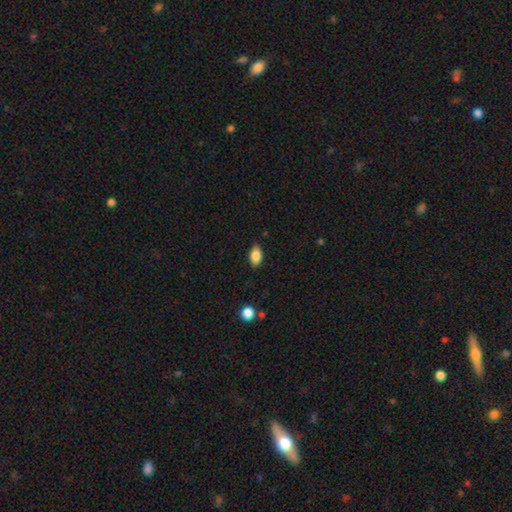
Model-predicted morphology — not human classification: This is clearly a smooth galaxy (84%). How rounded: clearly in between (89%). Merging: clearly none (85%).